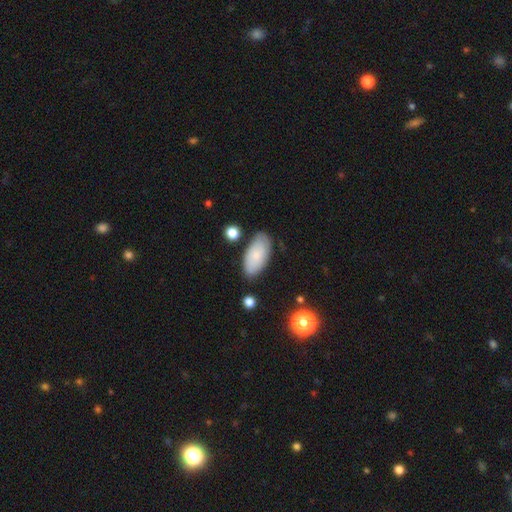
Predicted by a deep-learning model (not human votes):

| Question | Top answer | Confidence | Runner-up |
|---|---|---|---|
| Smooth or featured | smooth | 78% | featured or disk (15%) |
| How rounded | in between | 92% | cigar-shaped (5%) |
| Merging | none | 80% | minor disturbance (14%) |